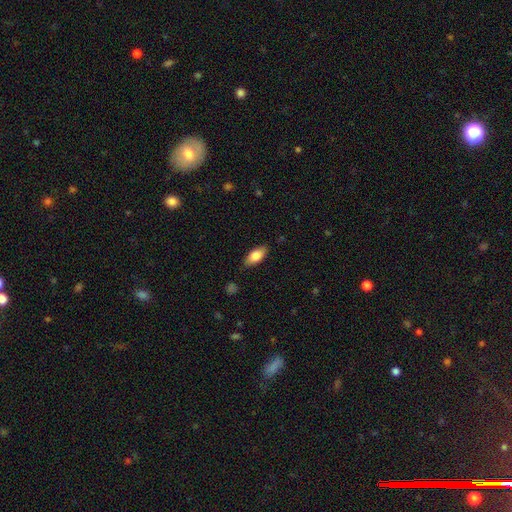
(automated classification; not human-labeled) This appears to be a smooth galaxy with no disk features (78%) that is in between round and cigar-shaped (85%). Merging: none (84%).